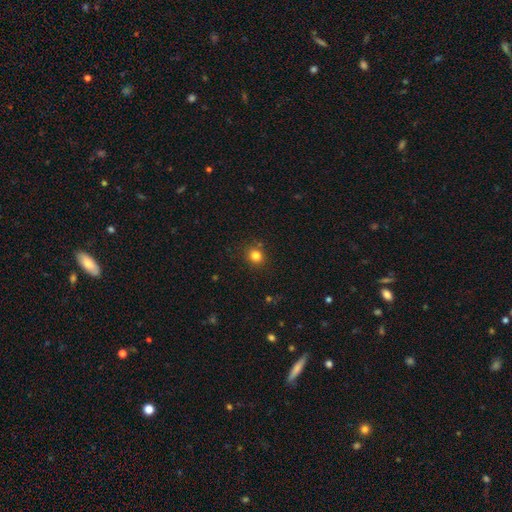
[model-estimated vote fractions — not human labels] Smooth or featured? Predicted: smooth (p=0.81). How rounded? Predicted: round (p=0.86). Merging? Predicted: none (p=0.86).